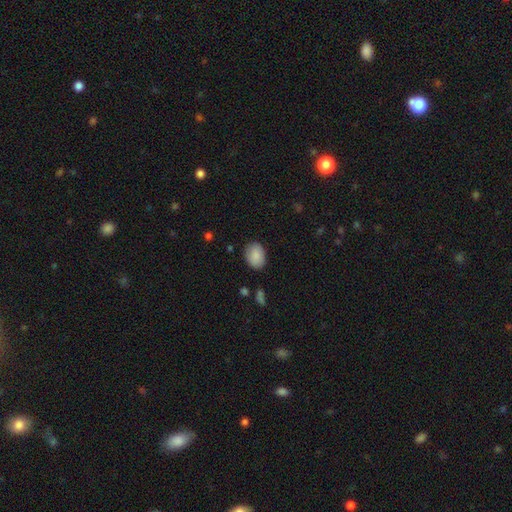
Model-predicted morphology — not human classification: smooth 88%, star or artifact 7%, featured or disk 5%. Down the decision tree: how rounded — in between (73%); merging — none (82%).